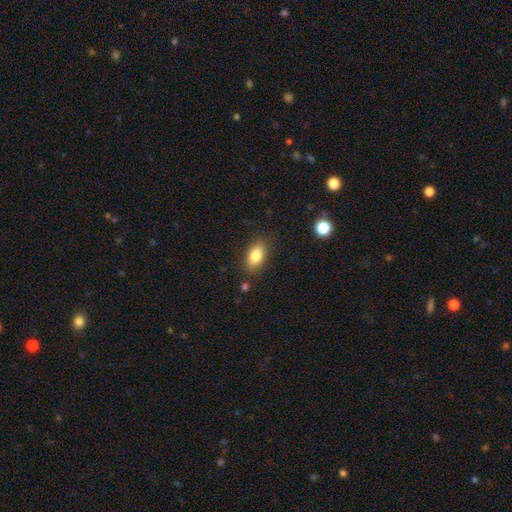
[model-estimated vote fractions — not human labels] Smooth or featured? Predicted: smooth (p=0.83). How rounded? Predicted: in between (p=0.88). Merging? Predicted: none (p=0.83).